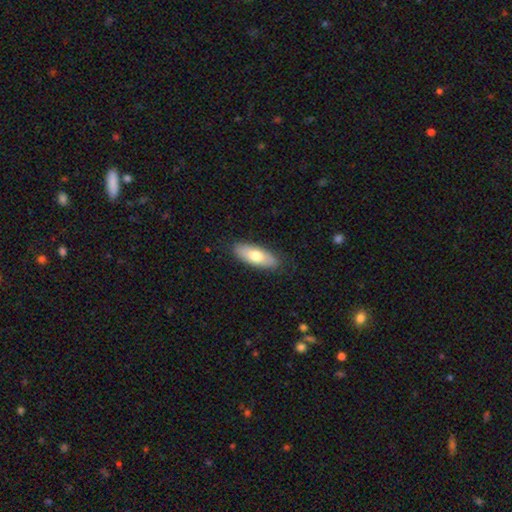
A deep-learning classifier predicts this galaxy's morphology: A smooth galaxy with no disk features (71%) that is in between round and cigar-shaped (75%).

Vote fractions:
- Smooth or featured? smooth: 71% / featured or disk: 24% / star or artifact: 6%
- How rounded? in between: 75% / cigar-shaped: 23% / round: 2%
- Merging? none: 85% / minor disturbance: 11% / major disturbance: 2% / merger: 1%